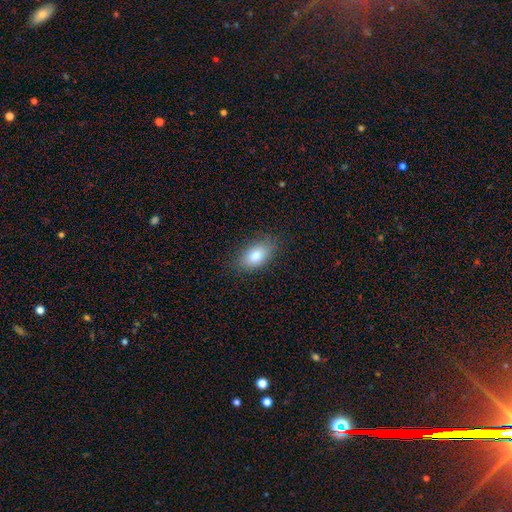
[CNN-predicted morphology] A smooth galaxy with no disk features (81%) that is in between round and cigar-shaped (87%).

Vote fractions:
- Smooth or featured? smooth: 81% / featured or disk: 11% / star or artifact: 9%
- How rounded? in between: 87% / round: 11% / cigar-shaped: 2%
- Merging? none: 82% / minor disturbance: 14% / major disturbance: 3% / merger: 1%